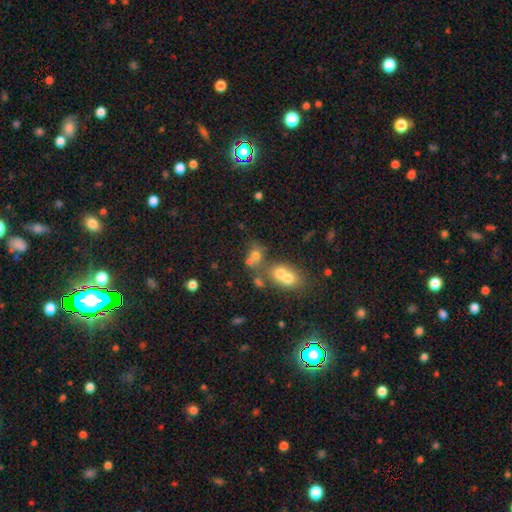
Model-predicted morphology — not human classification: This is likely a smooth galaxy (63%). How rounded: likely round (70%). Merging: possibly merger (46%).